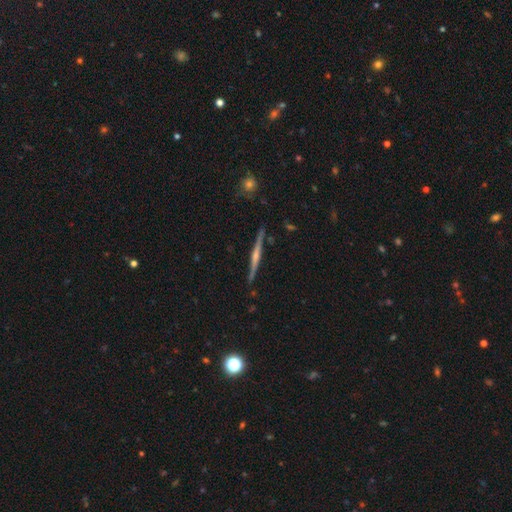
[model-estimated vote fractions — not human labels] Q: Smooth or featured?
A: featured or disk (78%); runner-up: smooth (16%)
Q: Edge-on disk?
A: yes (98%); runner-up: no (2%)
Q: Edge-on bulge?
A: rounded (69%); runner-up: none (18%)
Q: Merging?
A: none (89%); runner-up: minor disturbance (8%)